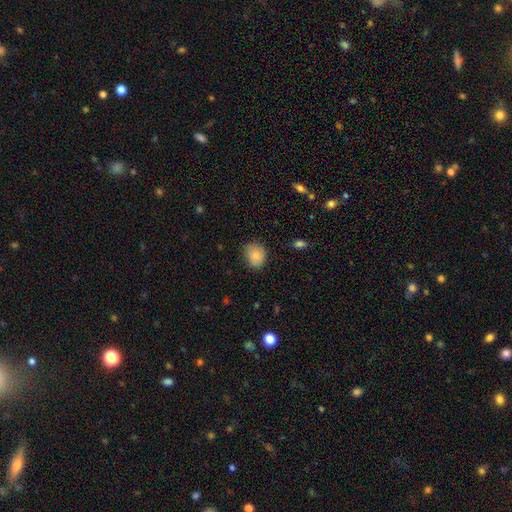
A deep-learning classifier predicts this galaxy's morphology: type=smooth (85%); roundness=round (66%); merging=none (78%).